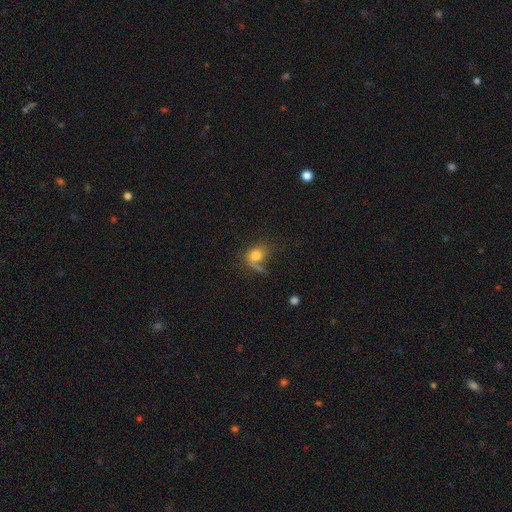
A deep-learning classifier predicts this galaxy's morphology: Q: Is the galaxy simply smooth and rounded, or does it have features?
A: smooth — 74%.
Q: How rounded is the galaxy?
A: in between — 50%.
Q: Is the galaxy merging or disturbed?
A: none — 44%.